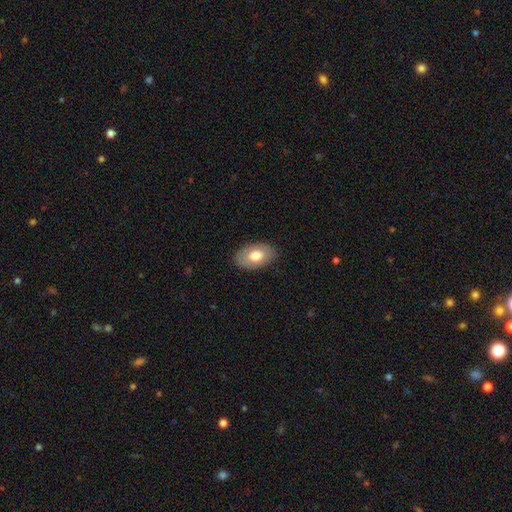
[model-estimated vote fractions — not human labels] smooth 72%, featured or disk 21%, star or artifact 7%. Down the decision tree: how rounded — in between (91%); merging — none (86%).